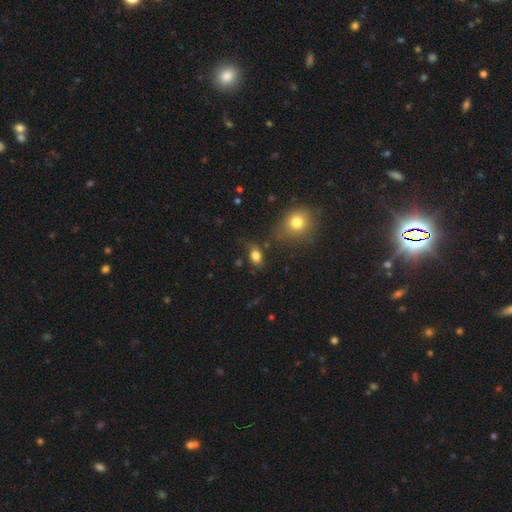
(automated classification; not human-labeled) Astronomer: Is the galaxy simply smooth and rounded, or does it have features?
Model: smooth — 82%.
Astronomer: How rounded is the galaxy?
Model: in between — 77%.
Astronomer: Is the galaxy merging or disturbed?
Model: none — 68%.